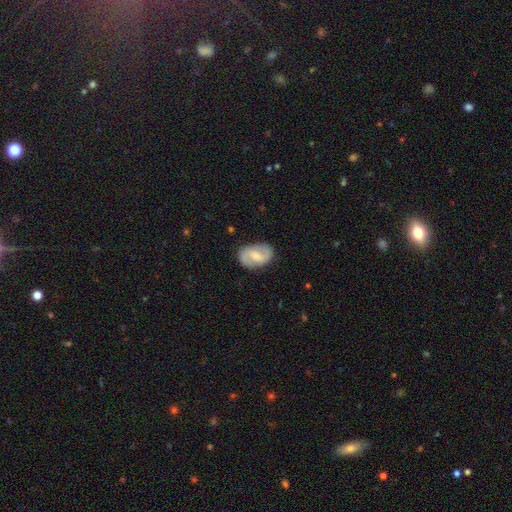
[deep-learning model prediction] This appears to be a featured or disk galaxy (66%) with a weak bar (55%), 2 (90%) medium (44%) spiral arms (90%) and a moderate central bulge (40%). Merging: none (82%).